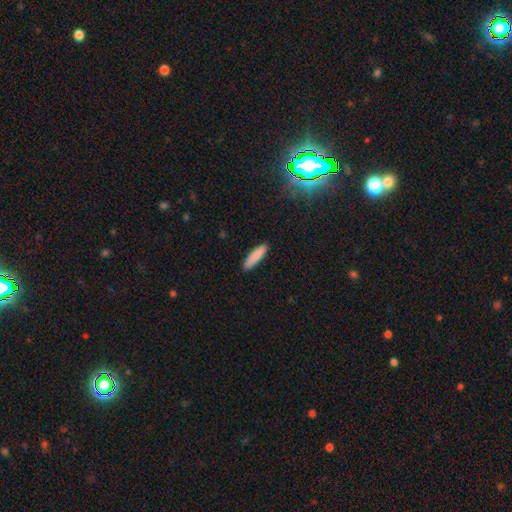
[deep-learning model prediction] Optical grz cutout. It shows a smooth galaxy with no disk features (86%) that is cigar-shaped (80%). Merging: none (89%).